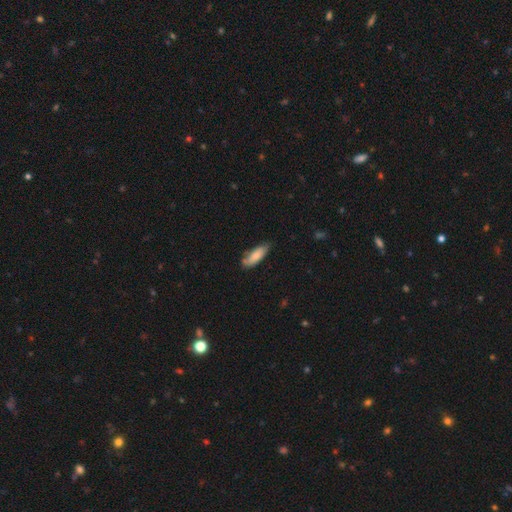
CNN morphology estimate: This is clearly a smooth galaxy (81%). How rounded: likely in between (61%). Merging: likely none (68%).